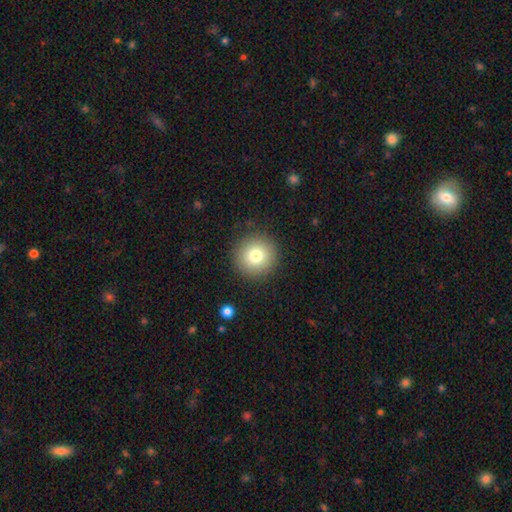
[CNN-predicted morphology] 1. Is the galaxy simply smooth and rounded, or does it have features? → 78% smooth, 11% star or artifact, 10% featured or disk.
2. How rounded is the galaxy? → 96% round, 3% in between, 1% cigar-shaped.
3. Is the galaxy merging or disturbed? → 90% none, 6% minor disturbance, 2% major disturbance, 1% merger.